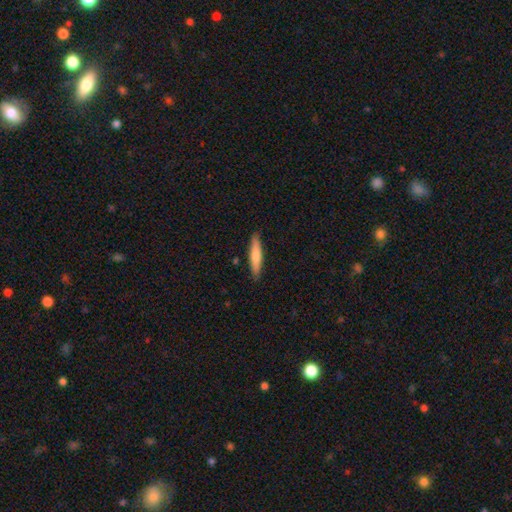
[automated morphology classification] type=smooth (73%); roundness=cigar-shaped (87%); merging=none (89%).